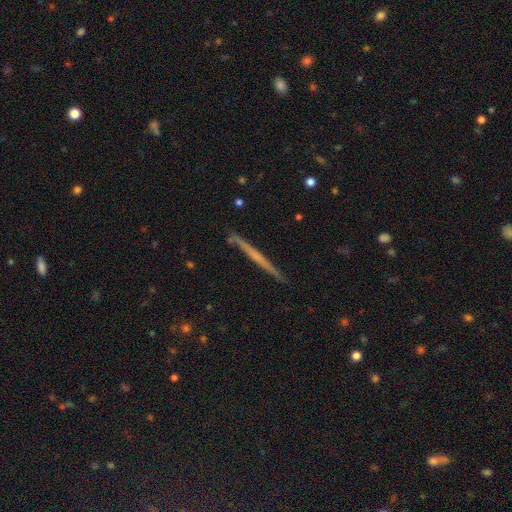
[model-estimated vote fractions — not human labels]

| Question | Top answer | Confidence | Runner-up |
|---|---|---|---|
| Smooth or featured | featured or disk | 57% | smooth (36%) |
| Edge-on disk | yes | 98% | no (2%) |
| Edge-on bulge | none | 81% | rounded (14%) |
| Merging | none | 90% | minor disturbance (7%) |